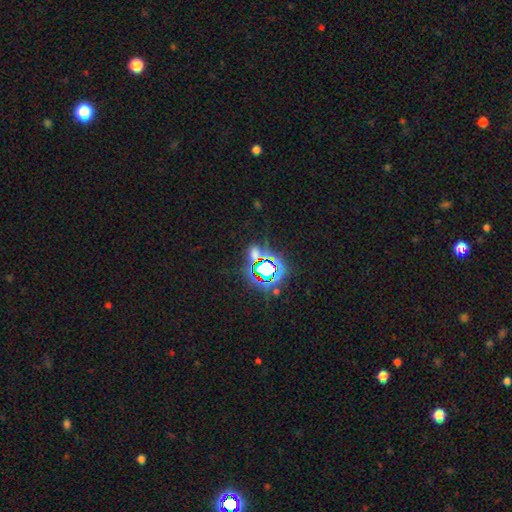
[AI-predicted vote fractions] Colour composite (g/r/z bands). It shows a star or artifact, not a galaxy (63%).